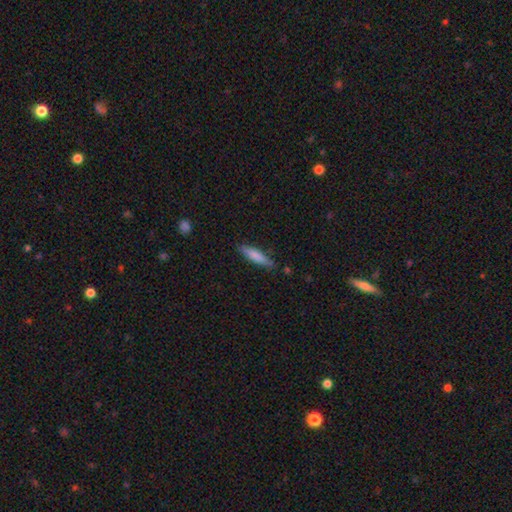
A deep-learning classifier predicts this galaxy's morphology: Smooth or featured?
  - smooth: 78% *
  - featured or disk: 16%
  - star or artifact: 6%
How rounded?
  - cigar-shaped: 79% *
  - in between: 20%
  - round: 1%
Merging?
  - none: 80% *
  - minor disturbance: 15%
  - major disturbance: 3%
  - merger: 2%